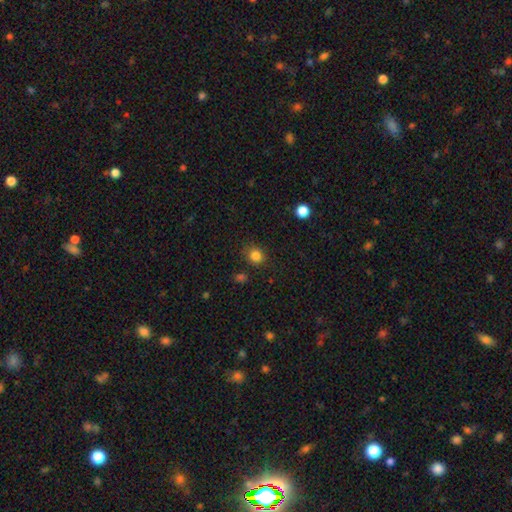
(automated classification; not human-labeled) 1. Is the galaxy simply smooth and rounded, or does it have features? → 83% smooth, 12% star or artifact, 4% featured or disk.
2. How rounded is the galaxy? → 81% round, 18% in between, 1% cigar-shaped.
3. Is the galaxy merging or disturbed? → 82% none, 12% minor disturbance, 3% major disturbance, 3% merger.